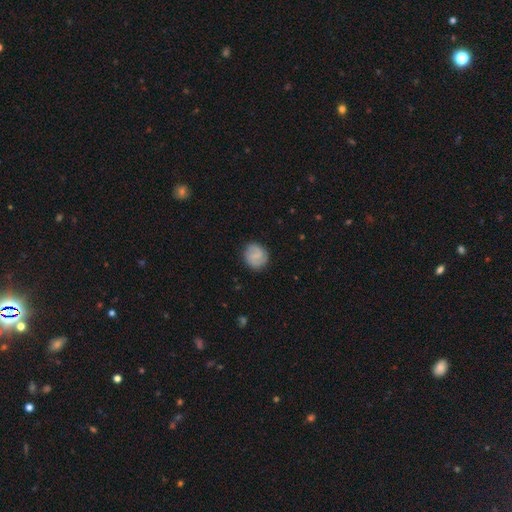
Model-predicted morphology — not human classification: Smooth or featured?
  - featured or disk: 49% *
  - smooth: 43%
  - star or artifact: 8%
Merging?
  - none: 85% *
  - minor disturbance: 10%
  - major disturbance: 3%
  - merger: 1%